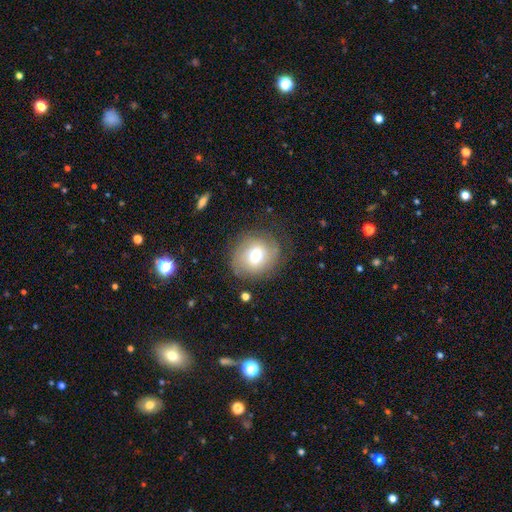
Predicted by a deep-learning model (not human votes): Q: Smooth or featured?
A: smooth (59%); runner-up: featured or disk (31%)
Q: How rounded?
A: round (69%); runner-up: in between (30%)
Q: Merging?
A: none (73%); runner-up: minor disturbance (17%)